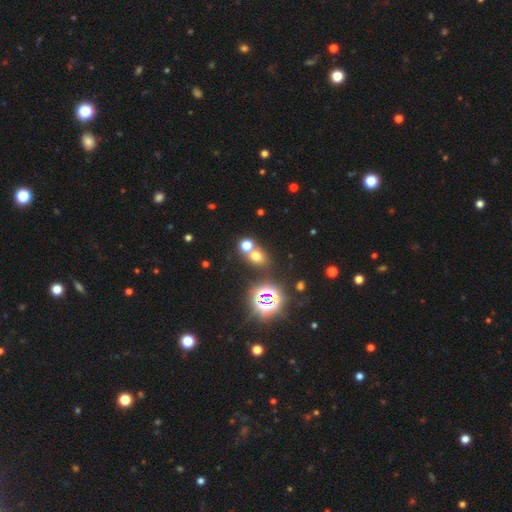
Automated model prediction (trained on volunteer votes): Q: Smooth or featured?
A: smooth (55%); runner-up: star or artifact (35%)
Q: How rounded?
A: round (62%); runner-up: in between (37%)
Q: Merging?
A: none (54%); runner-up: merger (35%)